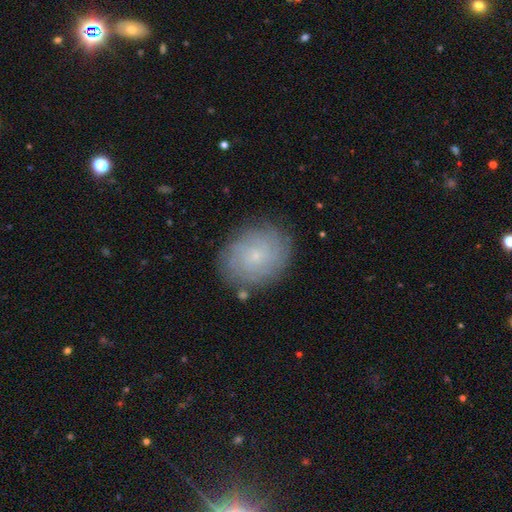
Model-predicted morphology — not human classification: A featured or disk galaxy (58%) with no bar (82%), spiral arms (86%) and a small central bulge (84%). Merging: none (82%).